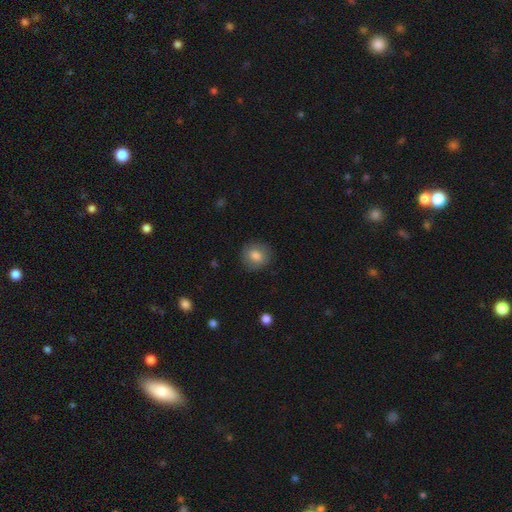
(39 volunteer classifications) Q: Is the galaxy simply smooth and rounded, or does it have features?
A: smooth — 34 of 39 (87%).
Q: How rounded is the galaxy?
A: round — 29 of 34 (85%).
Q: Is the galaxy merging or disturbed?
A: none — 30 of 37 (81%).